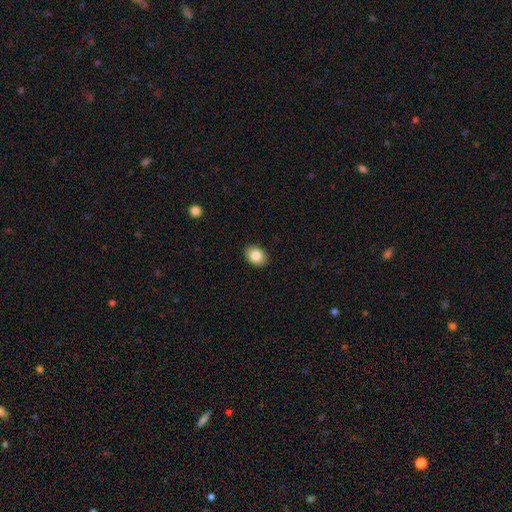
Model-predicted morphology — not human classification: This is clearly a smooth galaxy (84%). How rounded: likely in between (66%). Merging: clearly none (90%).